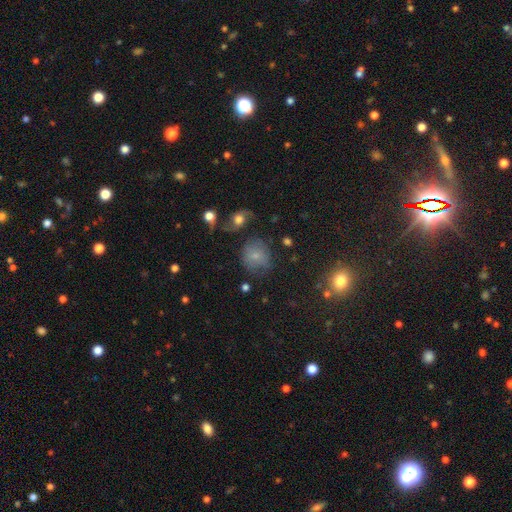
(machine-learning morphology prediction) smooth_or_featured: smooth (p=0.68) [alt: featured or disk p=0.18]
how_rounded: round (p=0.75) [alt: in between p=0.23]
merging: none (p=0.58) [alt: minor disturbance p=0.24]